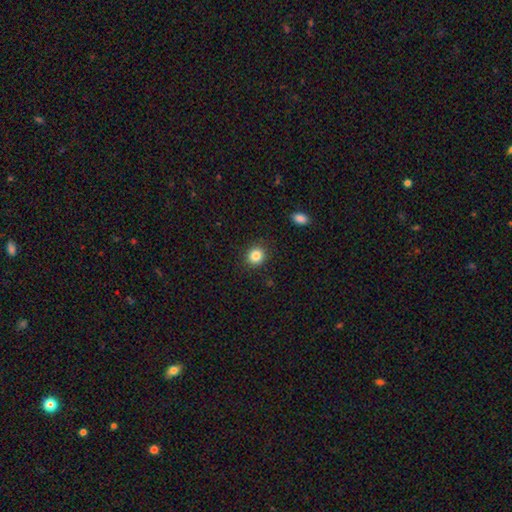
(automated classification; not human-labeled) This is clearly a smooth galaxy (84%). How rounded: clearly round (84%). Merging: clearly none (90%).